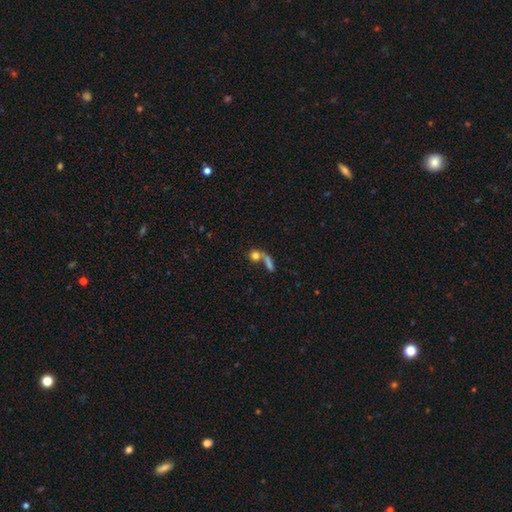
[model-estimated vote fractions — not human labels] This appears to be a smooth galaxy with no disk features (73%) that is round (70%). Merging: merger (45%).